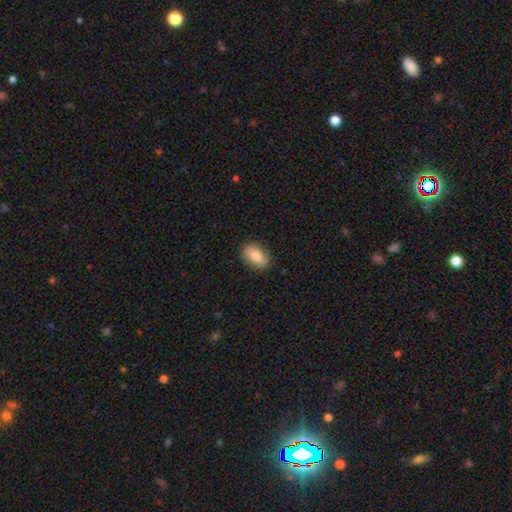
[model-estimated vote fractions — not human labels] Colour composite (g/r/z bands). It shows a smooth galaxy with no disk features (80%) that is in between round and cigar-shaped (88%). Merging: none (86%).